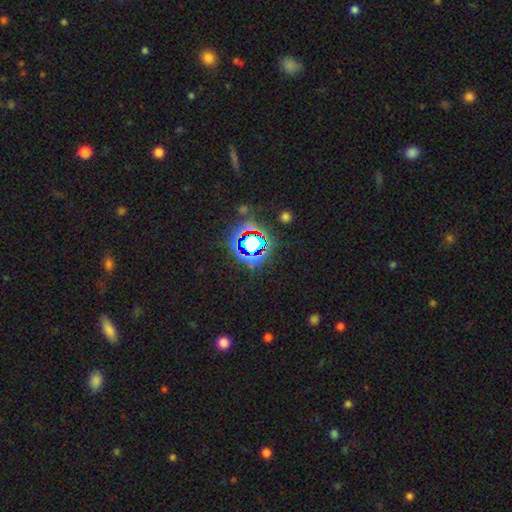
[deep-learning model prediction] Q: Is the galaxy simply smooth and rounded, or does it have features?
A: star or artifact — 77%.